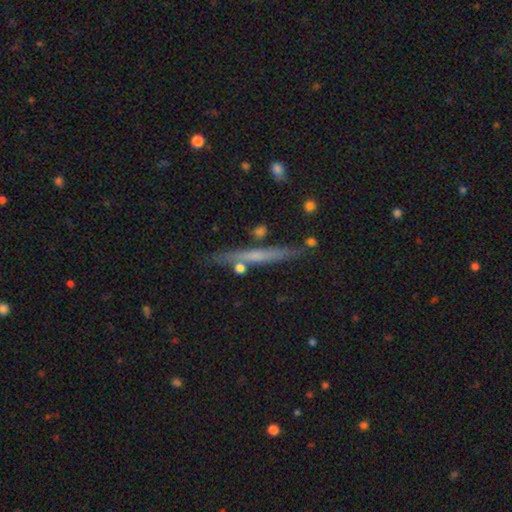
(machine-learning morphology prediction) A featured or disk galaxy (51%) viewed edge-on (95%). Merging: none (81%).